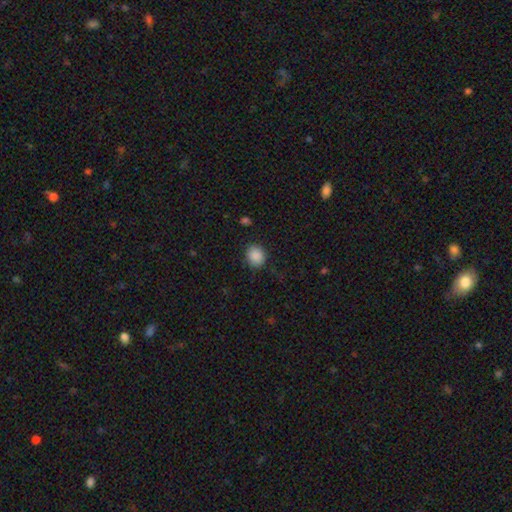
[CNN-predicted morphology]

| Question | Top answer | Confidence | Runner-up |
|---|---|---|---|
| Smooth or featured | smooth | 88% | star or artifact (8%) |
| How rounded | round | 73% | in between (26%) |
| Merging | none | 85% | minor disturbance (11%) |